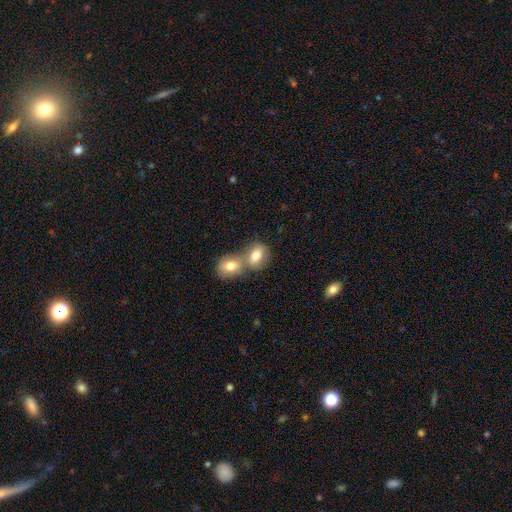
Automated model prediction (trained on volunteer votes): This is likely a smooth galaxy (76%). How rounded: likely in between (71%). Merging: likely merger (63%).